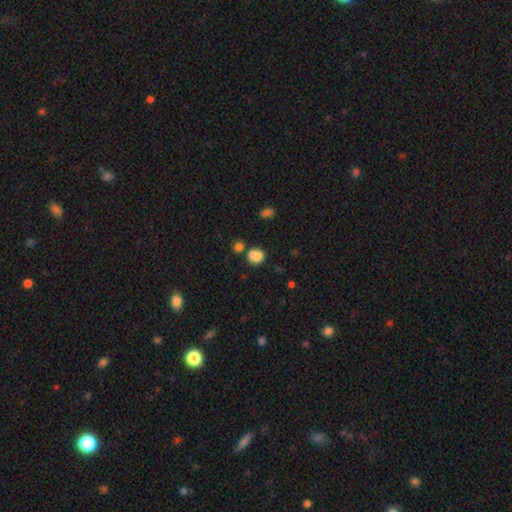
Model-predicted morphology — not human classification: A smooth galaxy with no disk features (79%) that is round (66%). Merging: merger (42%).